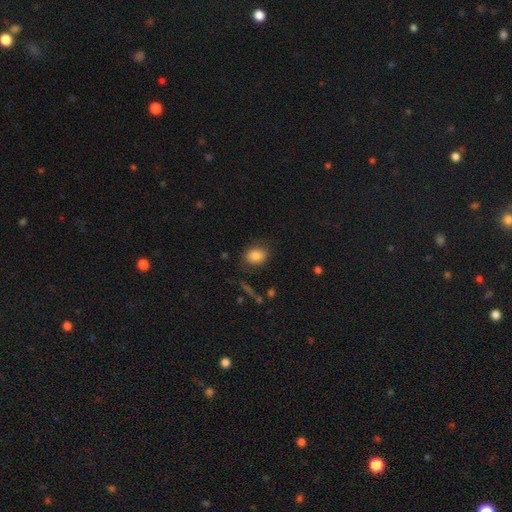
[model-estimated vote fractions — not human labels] smooth-or-featured: smooth: 83% | star or artifact: 9% | featured or disk: 8%
  how-rounded: in between: 53% | round: 46% | cigar-shaped: 1%
  merging: none: 78% | minor disturbance: 15% | major disturbance: 5% | merger: 2%